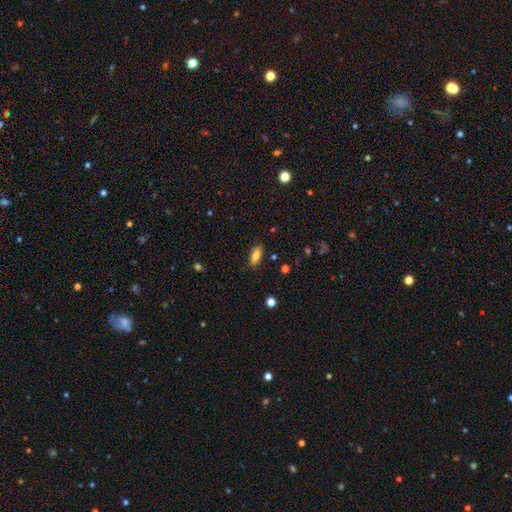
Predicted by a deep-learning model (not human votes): Smooth or featured: smooth — 81% (featured or disk — 11%)
How rounded: in between — 76% (cigar-shaped — 21%)
Merging: none — 84% (minor disturbance — 12%)